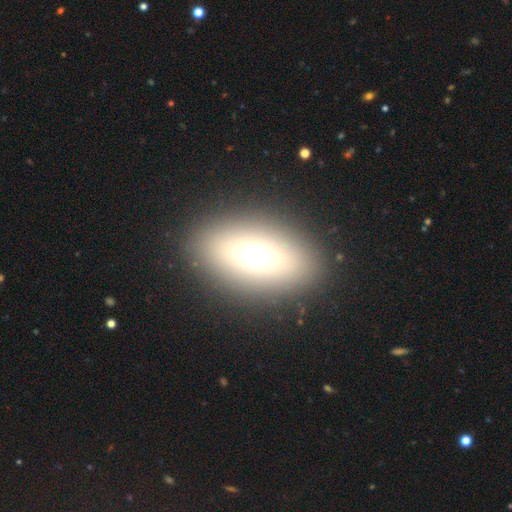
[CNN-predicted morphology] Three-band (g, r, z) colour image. It shows a smooth galaxy with no disk features (64%) that is in between round and cigar-shaped (80%). Merging: none (87%).